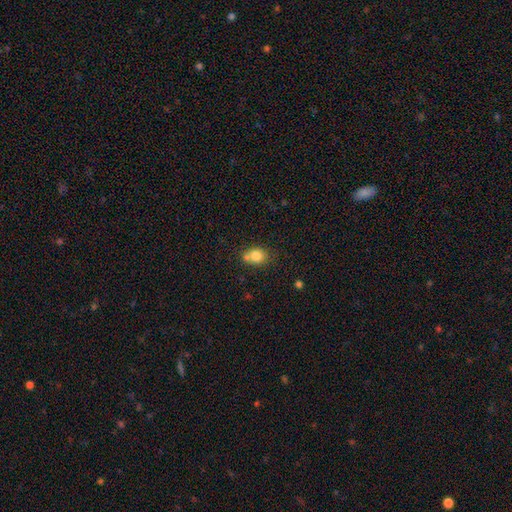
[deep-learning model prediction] A smooth galaxy with no disk features (79%) that is round (57%).

Vote fractions:
- Smooth or featured? smooth: 79% / featured or disk: 10% / star or artifact: 10%
- How rounded? round: 57% / in between: 42% / cigar-shaped: 1%
- Merging? none: 54% / merger: 27% / minor disturbance: 15% / major disturbance: 4%